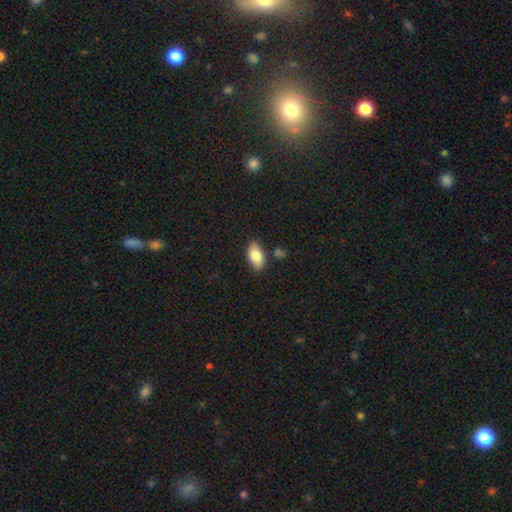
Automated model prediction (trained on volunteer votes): Smooth or featured? smooth (84%)
How rounded? in between (93%)
Merging? none (79%)